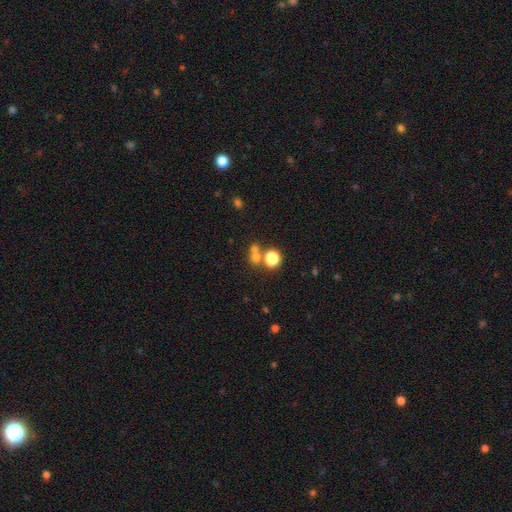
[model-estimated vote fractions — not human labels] Overall: smooth (67%). How rounded: round (83%). Merging: none (53%; merger 37%).